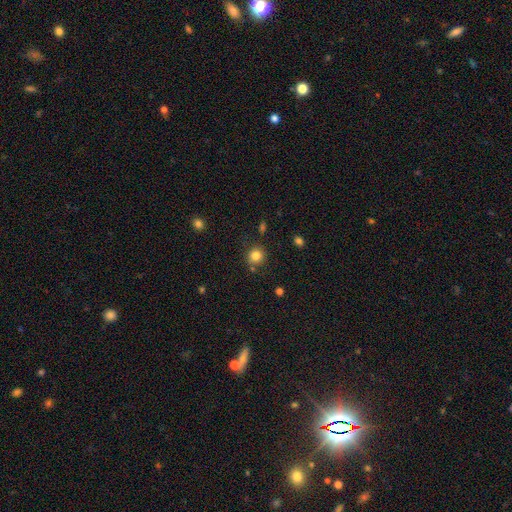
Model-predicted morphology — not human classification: This is clearly a smooth galaxy (82%). How rounded: clearly round (90%). Merging: clearly none (81%).